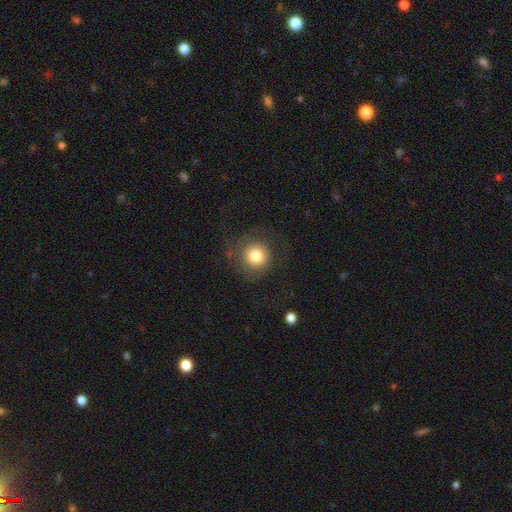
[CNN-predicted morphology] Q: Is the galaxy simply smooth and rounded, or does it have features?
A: smooth — 78%.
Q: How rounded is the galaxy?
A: round — 93%.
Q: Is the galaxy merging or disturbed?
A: none — 77%.